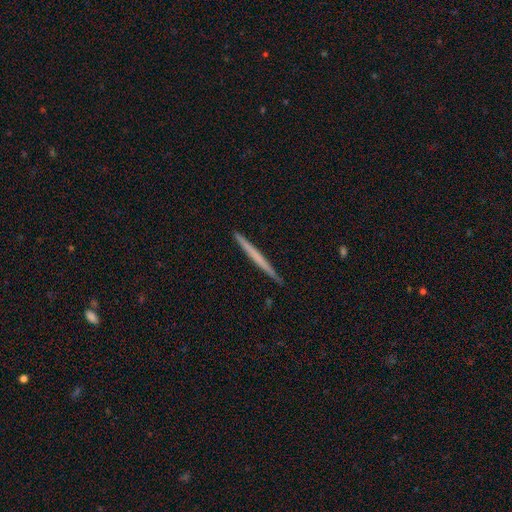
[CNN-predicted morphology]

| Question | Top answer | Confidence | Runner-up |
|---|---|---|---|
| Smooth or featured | smooth | 51% | featured or disk (44%) |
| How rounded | cigar-shaped | 97% | in between (1%) |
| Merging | none | 91% | minor disturbance (6%) |